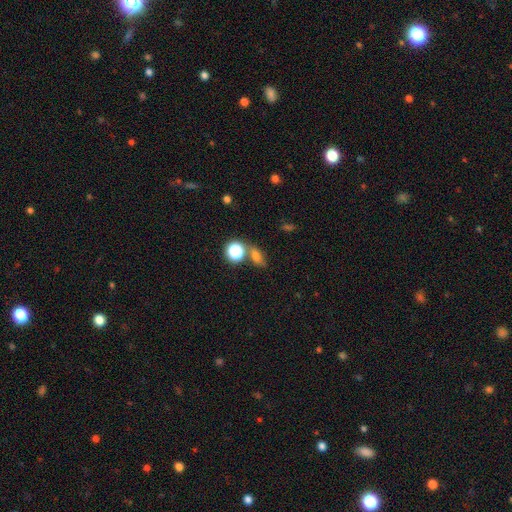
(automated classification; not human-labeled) This appears to be a smooth galaxy with no disk features (65%) that is in between round and cigar-shaped (62%). Merging: none (63%).